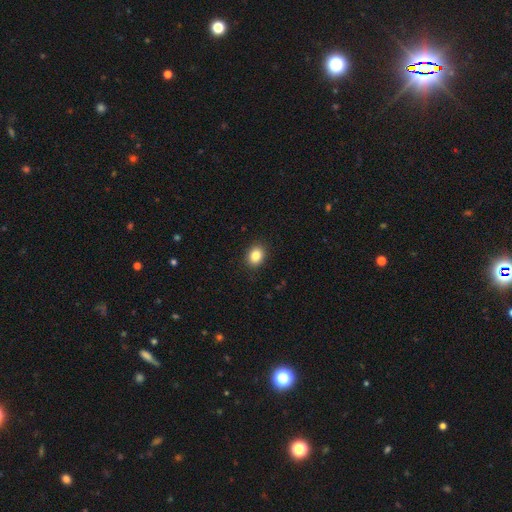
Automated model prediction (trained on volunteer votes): smooth_or_featured: smooth (p=0.85) [alt: star or artifact p=0.10]
how_rounded: in between (p=0.54) [alt: round p=0.45]
merging: none (p=0.90) [alt: minor disturbance p=0.07]